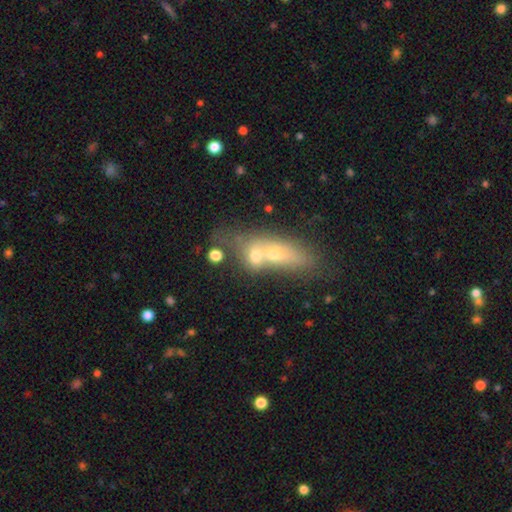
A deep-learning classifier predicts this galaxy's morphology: Smooth or featured? smooth (58%)
How rounded? in between (55%)
Merging? merger (71%)